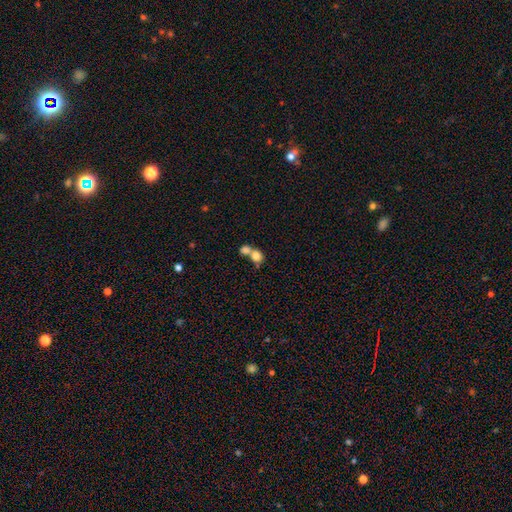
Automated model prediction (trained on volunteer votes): Smooth or featured: smooth — 78% (featured or disk — 13%)
How rounded: round — 67% (in between — 31%)
Merging: merger — 67% (none — 23%)